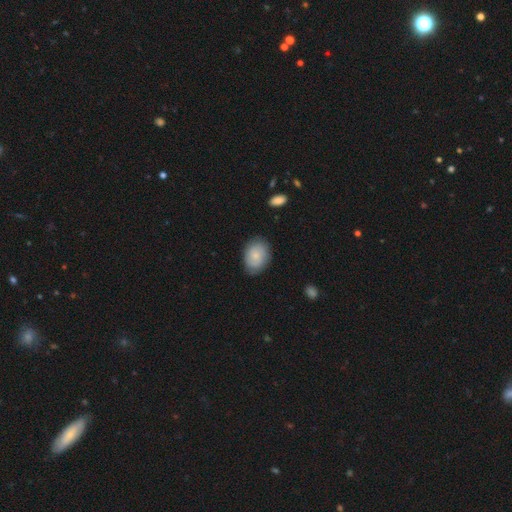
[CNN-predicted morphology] Q: Smooth or featured?
A: smooth (64%); runner-up: featured or disk (29%)
Q: How rounded?
A: in between (72%); runner-up: round (27%)
Q: Merging?
A: none (80%); runner-up: minor disturbance (16%)